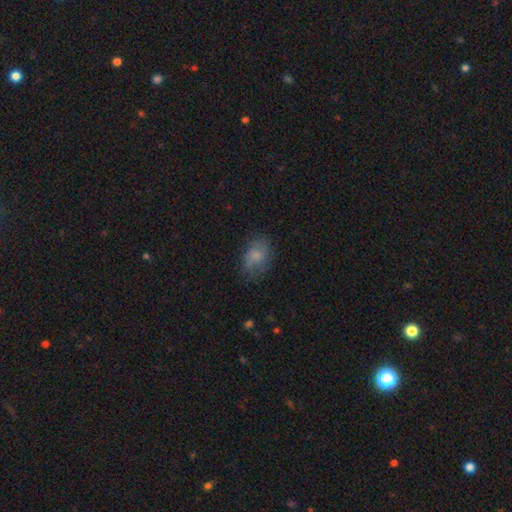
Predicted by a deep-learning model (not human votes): This appears to be a smooth galaxy with no disk features (68%) that is in between round and cigar-shaped (78%). Merging: none (64%).